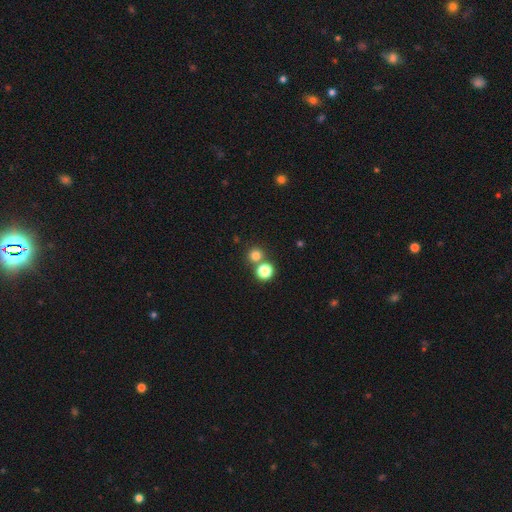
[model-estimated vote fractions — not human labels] A smooth galaxy with no disk features (78%) that is round (91%).

Vote fractions:
- Smooth or featured? smooth: 78% / star or artifact: 16% / featured or disk: 6%
- How rounded? round: 91% / in between: 8% / cigar-shaped: 1%
- Merging? none: 66% / merger: 26% / minor disturbance: 6% / major disturbance: 3%